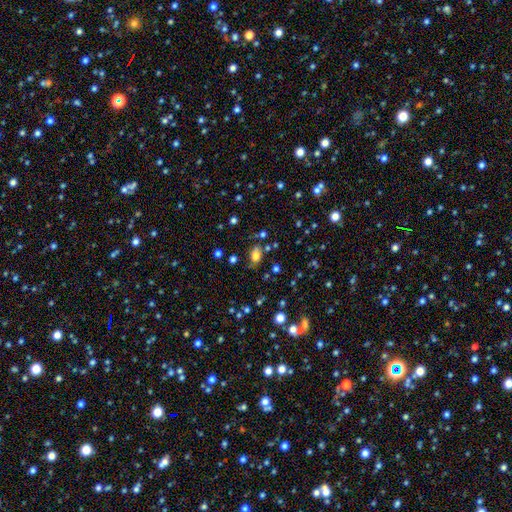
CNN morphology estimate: smooth_or_featured: smooth (p=0.70) [alt: featured or disk p=0.16]
how_rounded: in between (p=0.80) [alt: round p=0.16]
merging: none (p=0.64) [alt: minor disturbance p=0.21]